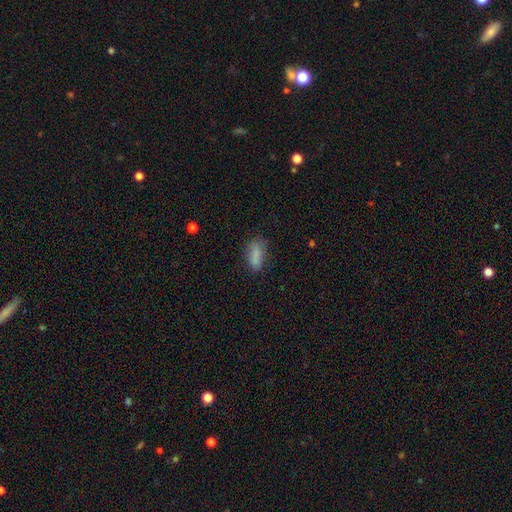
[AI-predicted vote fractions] This is clearly a smooth galaxy (82%). How rounded: likely in between (71%). Merging: likely none (69%).